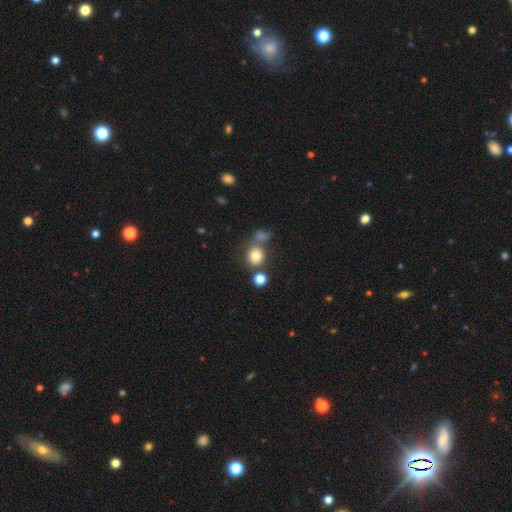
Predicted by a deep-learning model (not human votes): A smooth galaxy with no disk features (79%) that is round (82%).

Vote fractions:
- Smooth or featured? smooth: 79% / star or artifact: 12% / featured or disk: 9%
- How rounded? round: 82% / in between: 17% / cigar-shaped: 1%
- Merging? none: 58% / merger: 26% / minor disturbance: 11% / major disturbance: 5%